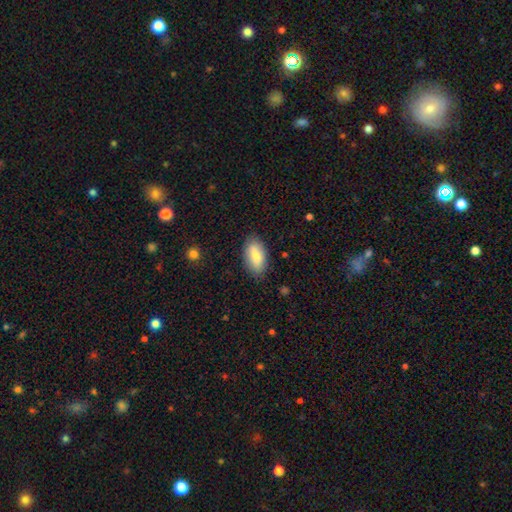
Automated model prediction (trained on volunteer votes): Smooth or featured: smooth — 77% (featured or disk — 16%)
How rounded: in between — 93% (cigar-shaped — 4%)
Merging: none — 84% (minor disturbance — 12%)